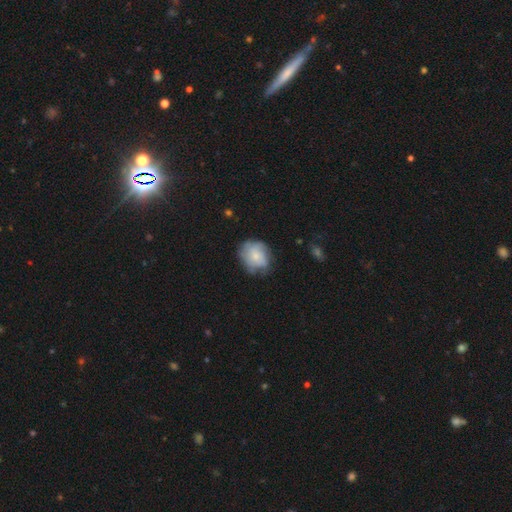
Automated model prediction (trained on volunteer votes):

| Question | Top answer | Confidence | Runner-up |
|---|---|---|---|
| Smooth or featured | smooth | 64% | featured or disk (28%) |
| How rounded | round | 64% | in between (35%) |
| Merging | none | 59% | minor disturbance (29%) |